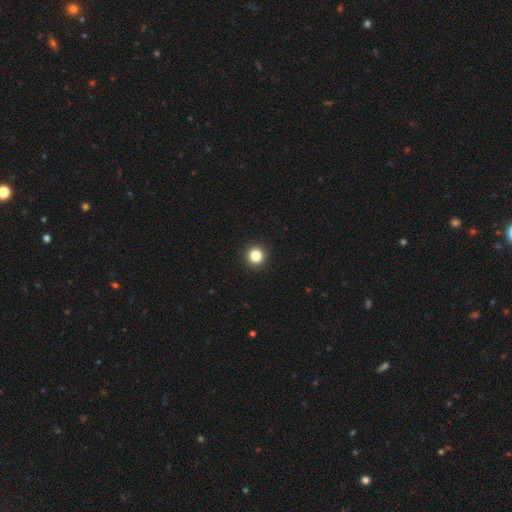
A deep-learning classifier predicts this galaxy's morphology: Overall: smooth (85%). How rounded: round (95%). Merging: none (93%).